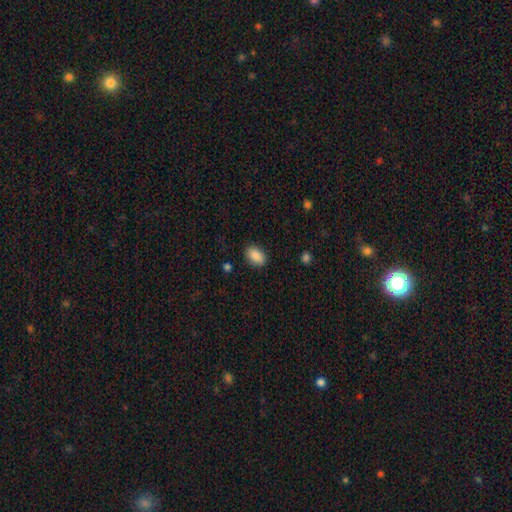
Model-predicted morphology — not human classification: type=smooth (88%); roundness=in between (86%); merging=none (87%).